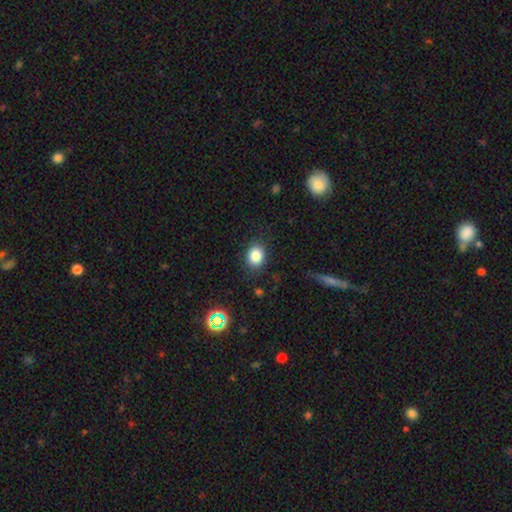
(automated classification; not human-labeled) This appears to be a smooth galaxy with no disk features (83%) that is round (52%). Merging: none (84%).